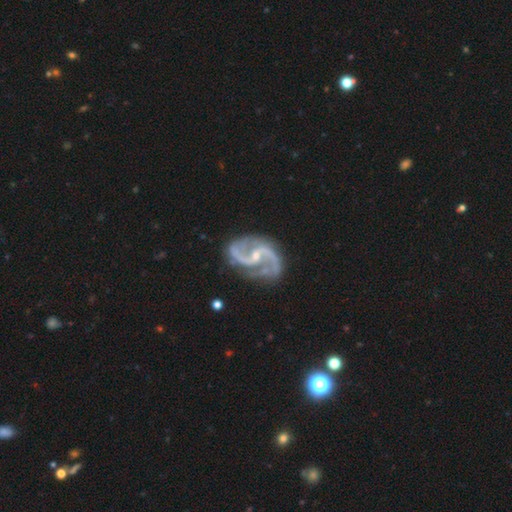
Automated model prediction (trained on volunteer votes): Smooth or featured? Predicted: featured or disk (p=0.93). Edge-on disk? Predicted: no (p=0.98). Bar? Predicted: weak (p=0.42). Spiral arms? Predicted: yes (p=0.98). Spiral winding? Predicted: medium (p=0.51). Spiral arm count? Predicted: 2 (p=0.93). Bulge size? Predicted: small (p=0.73). Merging? Predicted: none (p=0.73).